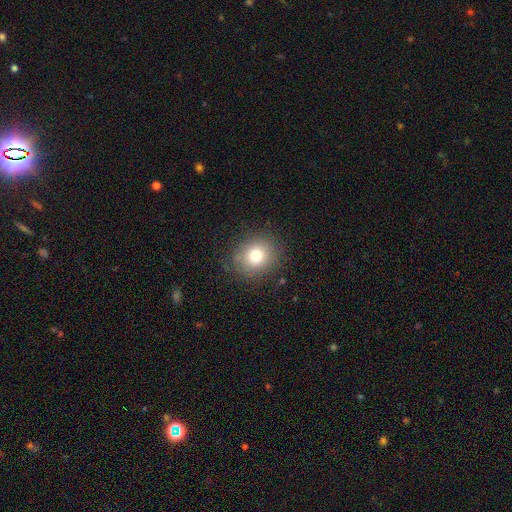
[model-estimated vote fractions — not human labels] A smooth galaxy with no disk features (76%) that is round (81%). Merging: none (85%).